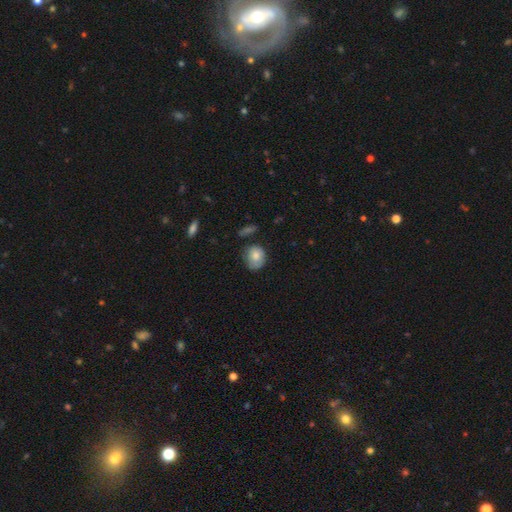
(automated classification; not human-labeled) A smooth galaxy with no disk features (76%) that is round (66%). Merging: none (56%).